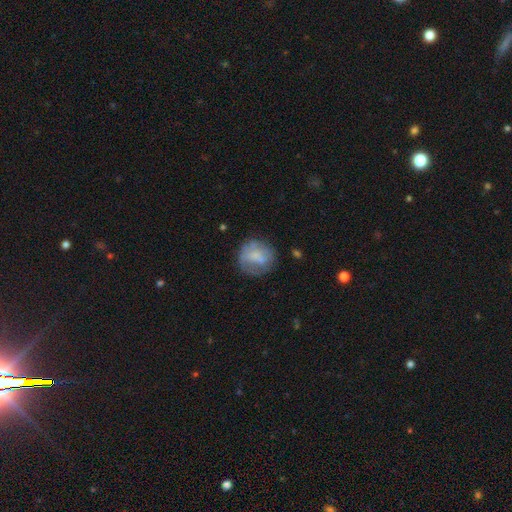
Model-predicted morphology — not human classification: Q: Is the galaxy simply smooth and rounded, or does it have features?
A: smooth — 57%.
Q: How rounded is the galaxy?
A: round — 85%.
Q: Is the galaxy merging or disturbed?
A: none — 60%.